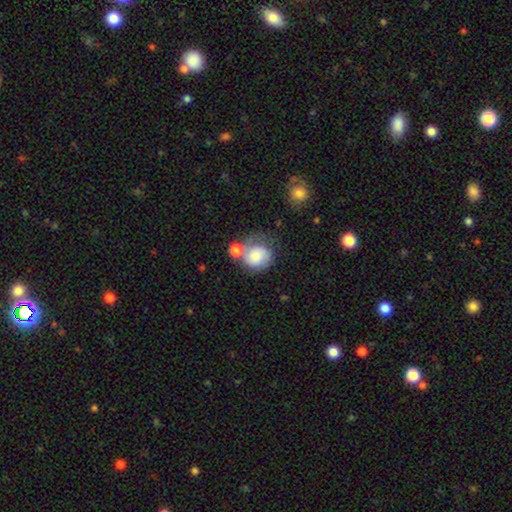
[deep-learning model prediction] Overall: smooth (69%). How rounded: round (77%). Merging: none (37%; merger 27%).